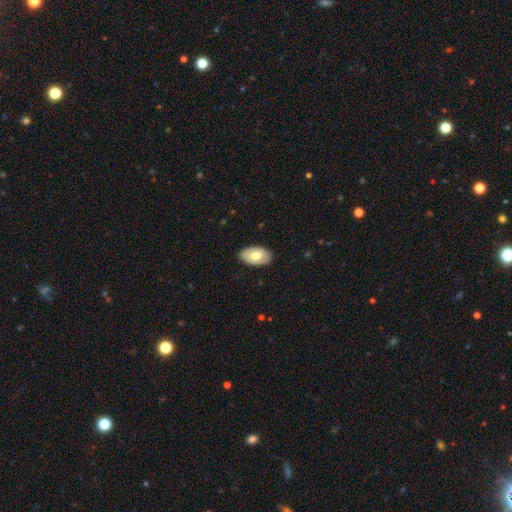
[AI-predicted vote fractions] Smooth or featured?
  - smooth: 64% *
  - featured or disk: 30%
  - star or artifact: 6%
How rounded?
  - in between: 93% *
  - round: 5%
  - cigar-shaped: 1%
Merging?
  - none: 85% *
  - minor disturbance: 11%
  - major disturbance: 2%
  - merger: 1%